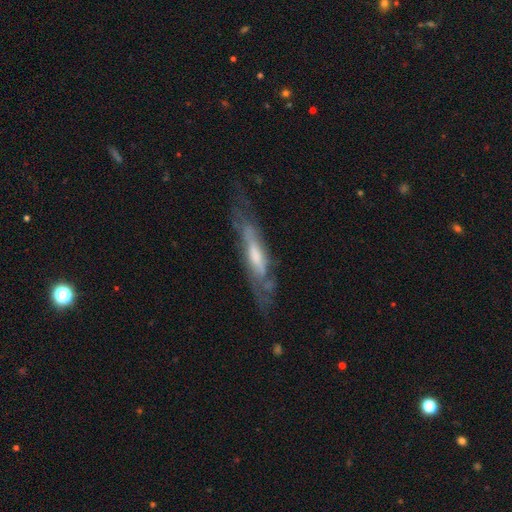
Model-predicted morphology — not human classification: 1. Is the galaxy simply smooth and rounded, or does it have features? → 69% featured or disk, 25% smooth, 6% star or artifact.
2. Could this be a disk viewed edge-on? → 54% yes, 46% no.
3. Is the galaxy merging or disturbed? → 58% none, 24% minor disturbance, 16% major disturbance, 2% merger.